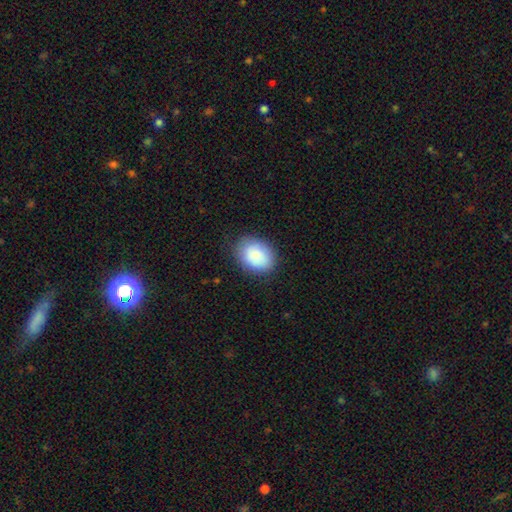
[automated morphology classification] Smooth or featured?
  - smooth: 85% *
  - featured or disk: 8%
  - star or artifact: 7%
How rounded?
  - in between: 67% *
  - round: 32%
  - cigar-shaped: 1%
Merging?
  - none: 82% *
  - minor disturbance: 14%
  - major disturbance: 4%
  - merger: 1%